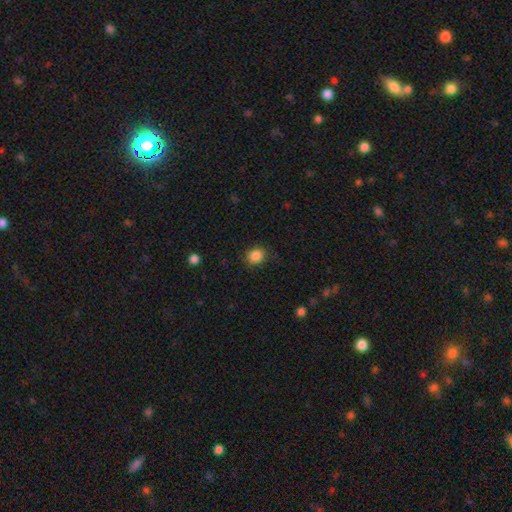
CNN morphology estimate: smooth 87%, star or artifact 10%, featured or disk 3%. Down the decision tree: how rounded — round (76%); merging — none (86%).